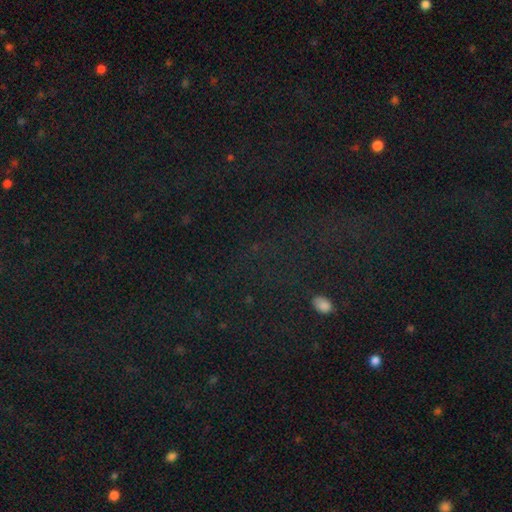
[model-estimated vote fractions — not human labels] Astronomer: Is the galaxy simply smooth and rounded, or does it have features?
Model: star or artifact — 74%.